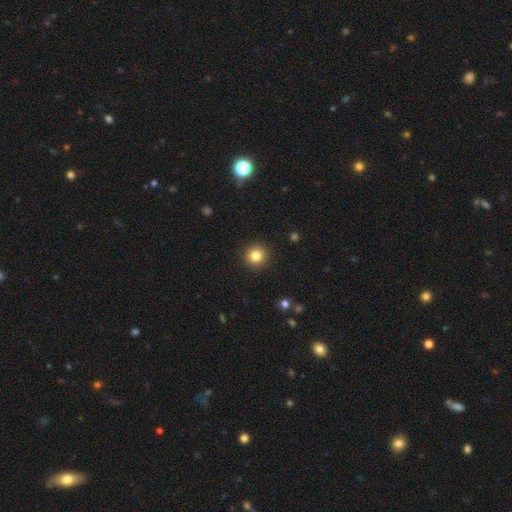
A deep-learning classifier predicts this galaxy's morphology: Overall: smooth (83%). How rounded: round (94%). Merging: none (92%).